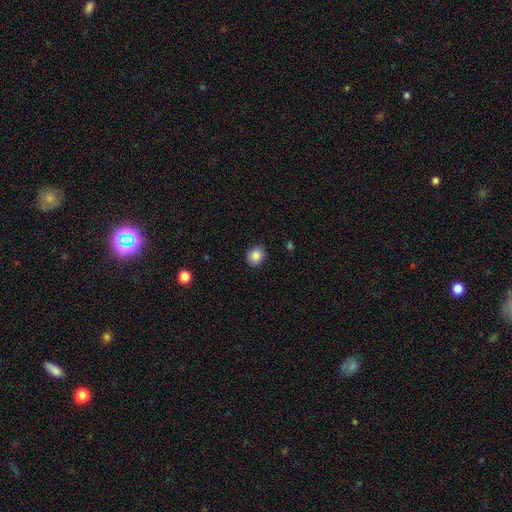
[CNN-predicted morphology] The model was most divided on "how rounded": round: 63%, in between: 36%, cigar-shaped: 1%. More confident: smooth or featured — smooth (86%); merging — none (86%).